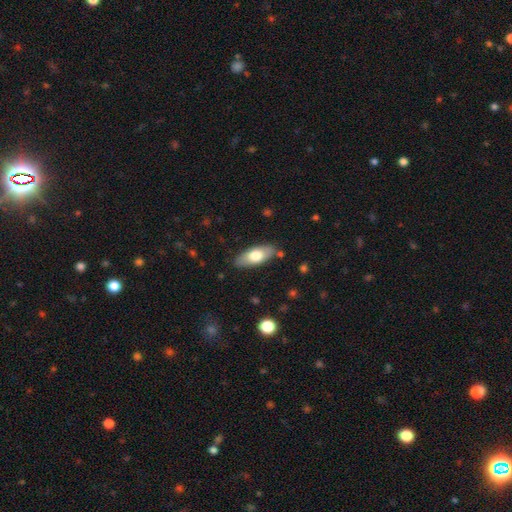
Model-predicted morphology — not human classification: Smooth or featured?
  - smooth: 69% *
  - featured or disk: 25%
  - star or artifact: 6%
How rounded?
  - in between: 82% *
  - cigar-shaped: 16%
  - round: 2%
Merging?
  - none: 85% *
  - minor disturbance: 11%
  - major disturbance: 2%
  - merger: 2%